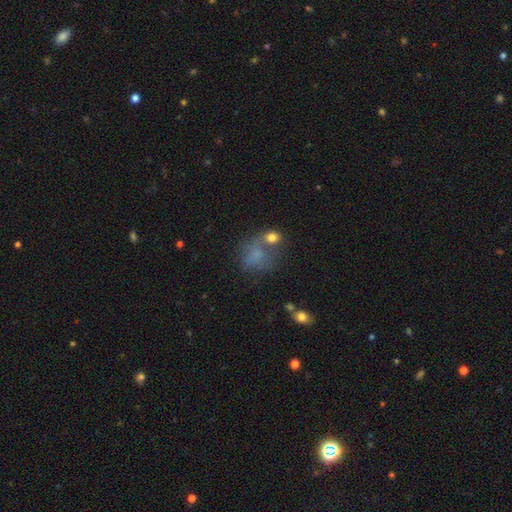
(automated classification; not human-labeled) smooth-or-featured: smooth: 61% | featured or disk: 22% | star or artifact: 17%
  how-rounded: in between: 51% | round: 47% | cigar-shaped: 2%
  merging: none: 30% | merger: 28% | major disturbance: 24% | minor disturbance: 18%